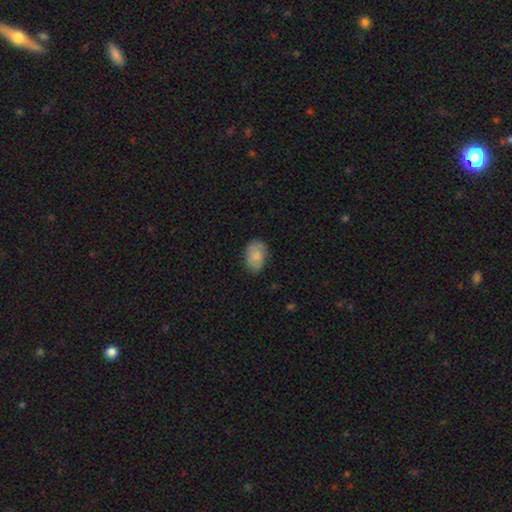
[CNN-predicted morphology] Smooth or featured: smooth — 78% (featured or disk — 15%)
How rounded: in between — 81% (round — 18%)
Merging: none — 77% (minor disturbance — 18%)